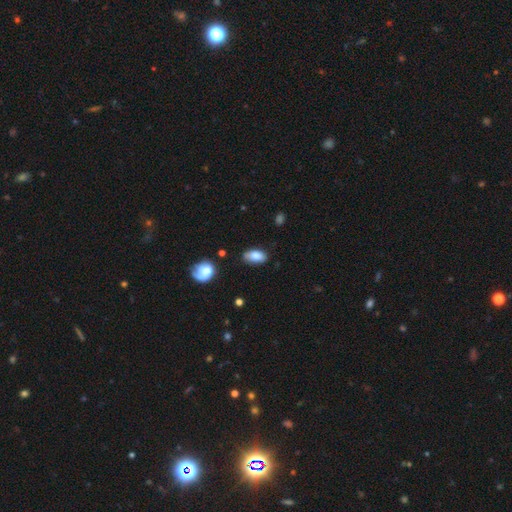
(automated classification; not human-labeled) A smooth galaxy with no disk features (84%) that is in between round and cigar-shaped (91%). Merging: none (71%).